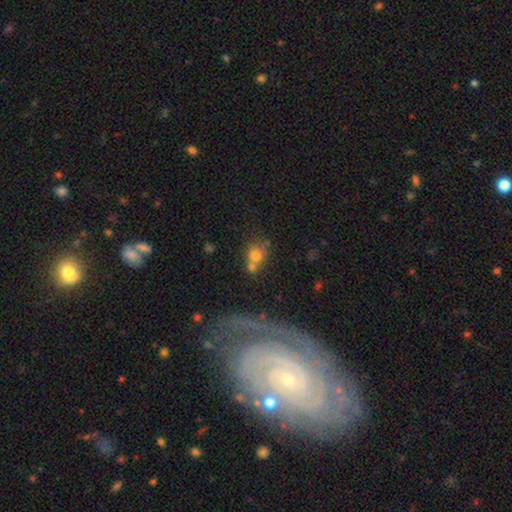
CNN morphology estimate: The model was most divided on "merging": none: 44%, merger: 39%, minor disturbance: 11%, major disturbance: 6%. More confident: how rounded — round (75%); smooth or featured — smooth (71%).